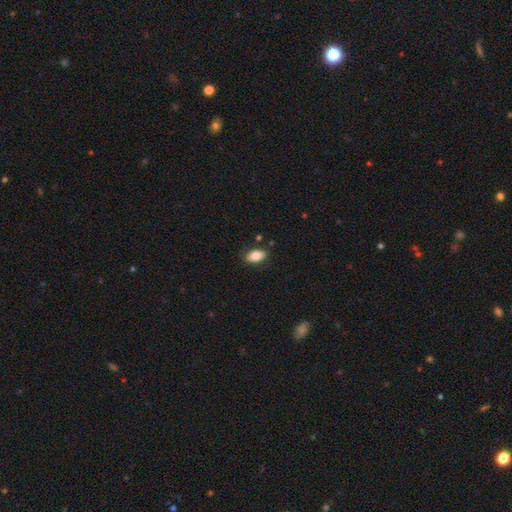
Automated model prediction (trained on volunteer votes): Smooth or featured?
  - smooth: 80% *
  - featured or disk: 13%
  - star or artifact: 7%
How rounded?
  - in between: 92% *
  - round: 6%
  - cigar-shaped: 3%
Merging?
  - none: 83% *
  - minor disturbance: 12%
  - major disturbance: 3%
  - merger: 2%